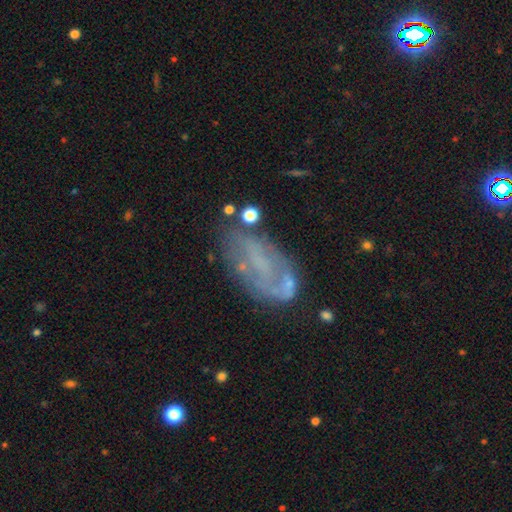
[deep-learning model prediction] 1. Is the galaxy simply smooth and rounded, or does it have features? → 57% featured or disk, 33% smooth, 10% star or artifact.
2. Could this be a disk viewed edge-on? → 94% no, 6% yes.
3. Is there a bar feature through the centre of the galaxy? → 63% no, 26% weak, 10% strong.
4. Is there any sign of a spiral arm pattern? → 61% no, 39% yes.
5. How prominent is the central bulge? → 60% none, 26% small, 11% moderate, 2% large, 1% dominant.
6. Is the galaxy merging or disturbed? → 48% none, 25% minor disturbance, 19% major disturbance, 8% merger.